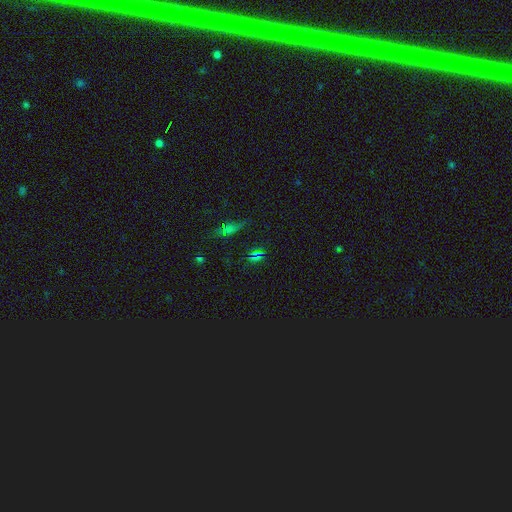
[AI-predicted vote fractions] This is possibly a star or artifact rather than a galaxy (56%).